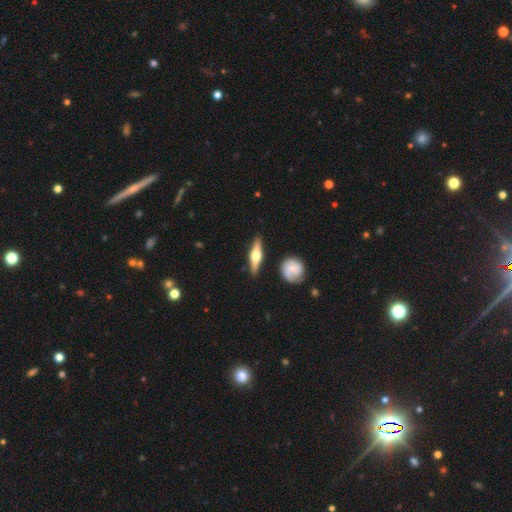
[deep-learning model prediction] Smooth or featured: featured or disk — 66% (smooth — 28%)
Edge-on disk: yes — 94% (no — 6%)
Edge-on bulge: rounded — 94% (boxy — 4%)
Merging: none — 86% (minor disturbance — 9%)